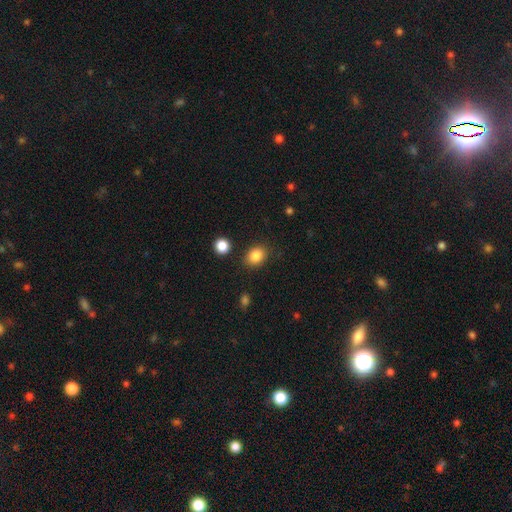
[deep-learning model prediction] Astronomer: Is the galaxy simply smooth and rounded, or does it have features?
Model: smooth — 86%.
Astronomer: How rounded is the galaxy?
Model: in between — 56% (runner-up: round, 43%).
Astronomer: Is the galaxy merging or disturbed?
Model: none — 83%.